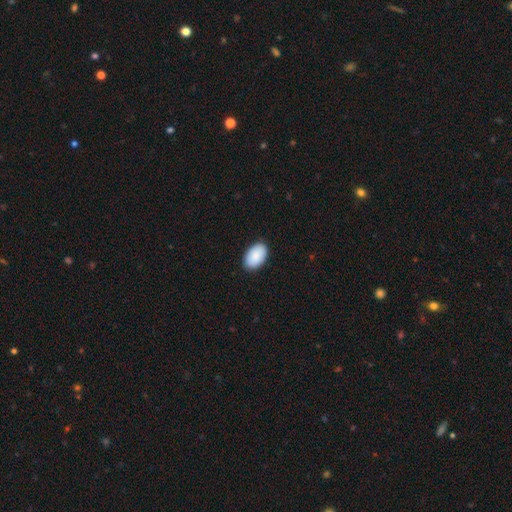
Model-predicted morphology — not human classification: This appears to be a smooth galaxy with no disk features (91%) that is in between round and cigar-shaped (93%). Merging: none (89%).